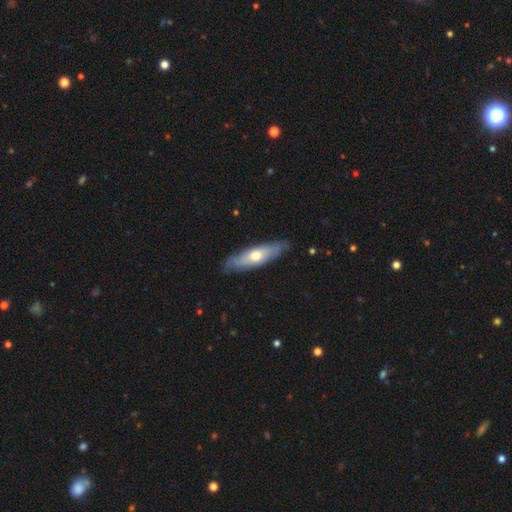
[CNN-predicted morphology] Smooth or featured?
  - featured or disk: 48% *
  - smooth: 47%
  - star or artifact: 5%
Merging?
  - none: 77% *
  - minor disturbance: 18%
  - major disturbance: 3%
  - merger: 1%